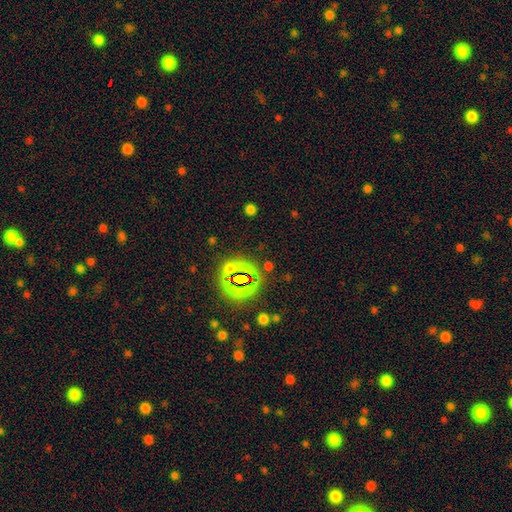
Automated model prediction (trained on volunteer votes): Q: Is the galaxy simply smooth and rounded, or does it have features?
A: star or artifact — 75%.